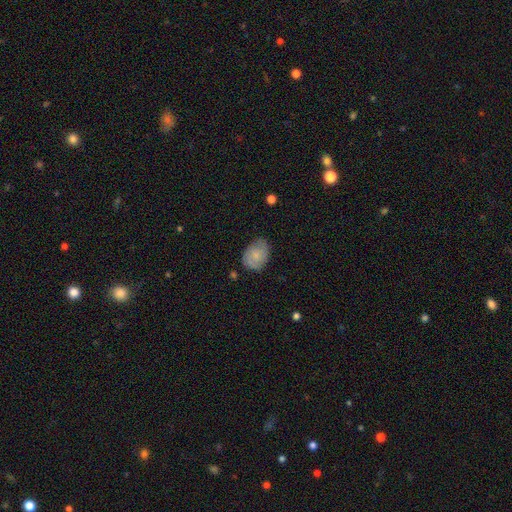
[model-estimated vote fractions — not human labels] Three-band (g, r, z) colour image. It shows a smooth galaxy with no disk features (64%) that is in between round and cigar-shaped (73%). Merging: none (65%).